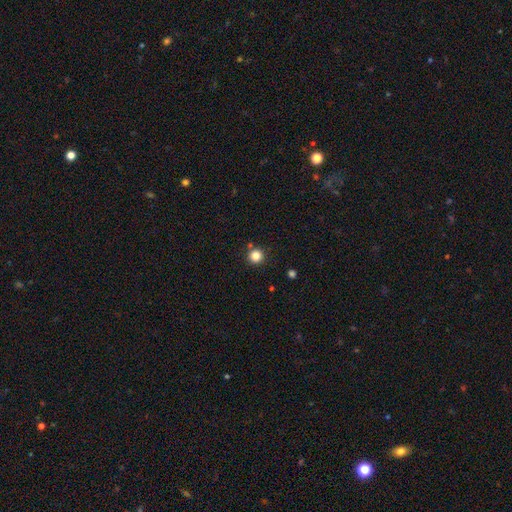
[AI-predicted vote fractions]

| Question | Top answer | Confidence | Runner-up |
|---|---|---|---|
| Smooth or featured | smooth | 83% | star or artifact (12%) |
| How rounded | round | 95% | in between (4%) |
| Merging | none | 87% | minor disturbance (6%) |